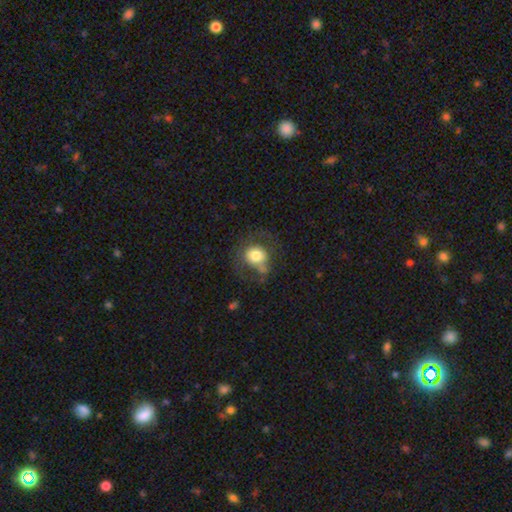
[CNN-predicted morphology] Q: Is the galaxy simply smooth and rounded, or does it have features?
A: smooth — 68%.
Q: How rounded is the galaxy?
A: round — 76%.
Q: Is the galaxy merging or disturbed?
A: none — 50%.